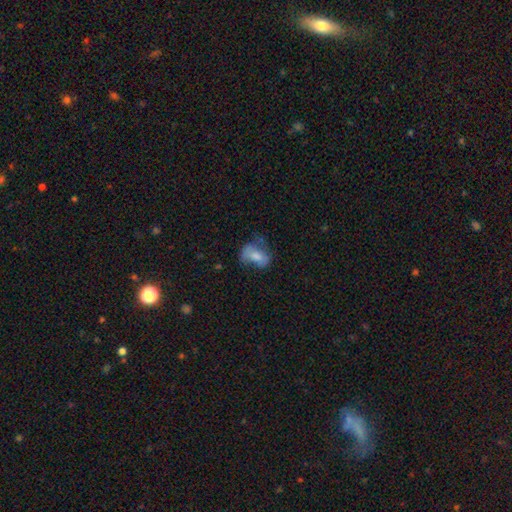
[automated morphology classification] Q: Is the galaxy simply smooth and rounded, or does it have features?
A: smooth — 57%.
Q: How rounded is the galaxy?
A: in between — 81%.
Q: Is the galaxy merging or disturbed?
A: none — 39%.